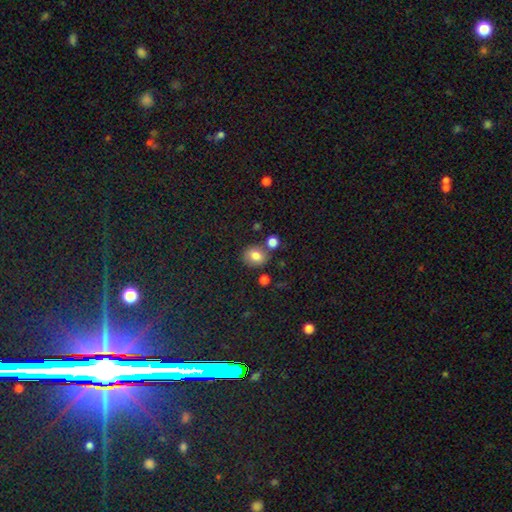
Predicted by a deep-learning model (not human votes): smooth 80%, star or artifact 11%, featured or disk 9%. Down the decision tree: how rounded — round (56%); merging — none (71%).